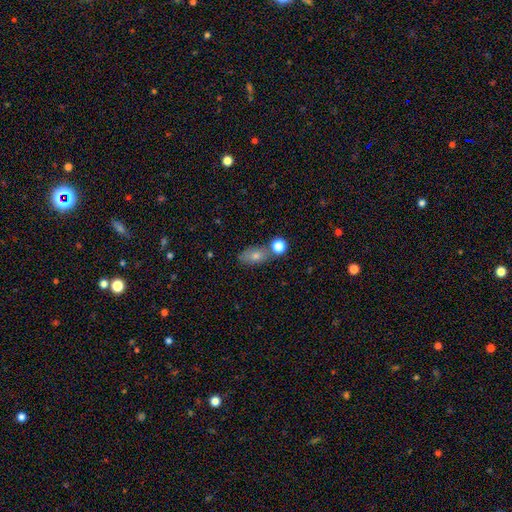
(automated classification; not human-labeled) A smooth galaxy with no disk features (68%) that is in between round and cigar-shaped (79%). Merging: none (67%).